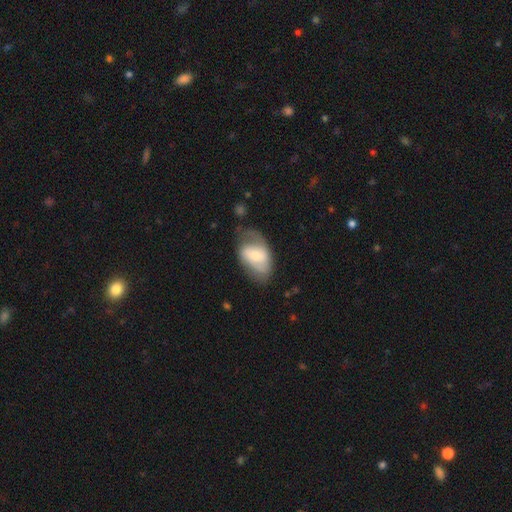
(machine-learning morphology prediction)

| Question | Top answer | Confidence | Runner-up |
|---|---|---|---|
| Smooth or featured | featured or disk | 55% | smooth (39%) |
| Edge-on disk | no | 95% | yes (5%) |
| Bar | weak | 42% | no (33%) |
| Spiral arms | yes | 74% | no (26%) |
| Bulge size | moderate | 48% | small (42%) |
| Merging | none | 49% | minor disturbance (30%) |